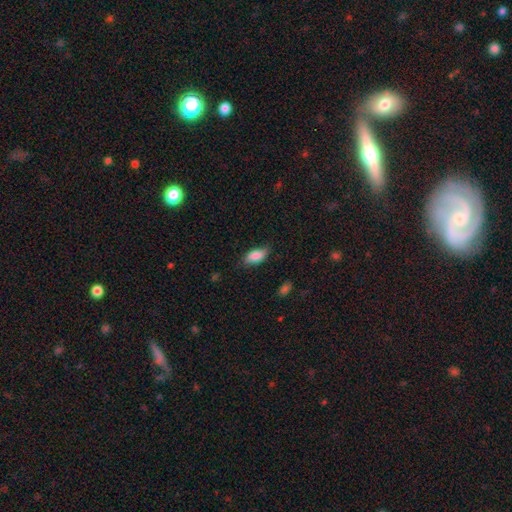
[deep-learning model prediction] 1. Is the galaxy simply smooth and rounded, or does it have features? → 85% smooth, 8% featured or disk, 7% star or artifact.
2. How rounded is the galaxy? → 89% in between, 8% cigar-shaped, 3% round.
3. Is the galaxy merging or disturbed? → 74% none, 21% minor disturbance, 4% major disturbance, 1% merger.